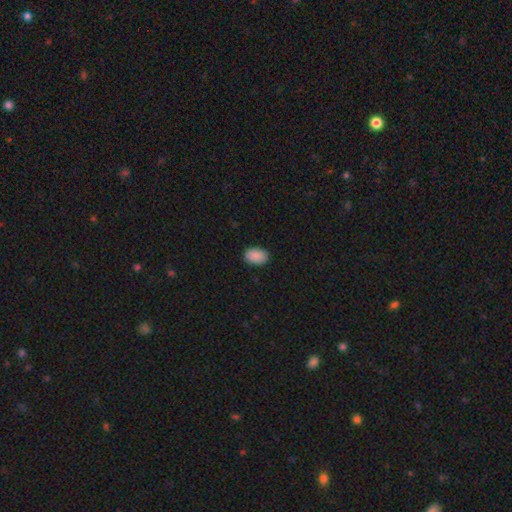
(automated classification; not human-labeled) Smooth or featured? Predicted: smooth (p=0.90). How rounded? Predicted: in between (p=0.88). Merging? Predicted: none (p=0.89).